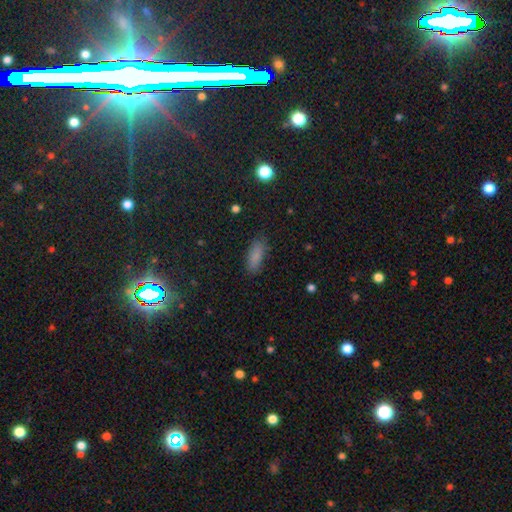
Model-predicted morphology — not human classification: Overall: smooth (81%). How rounded: in between (72%). Merging: none (79%).